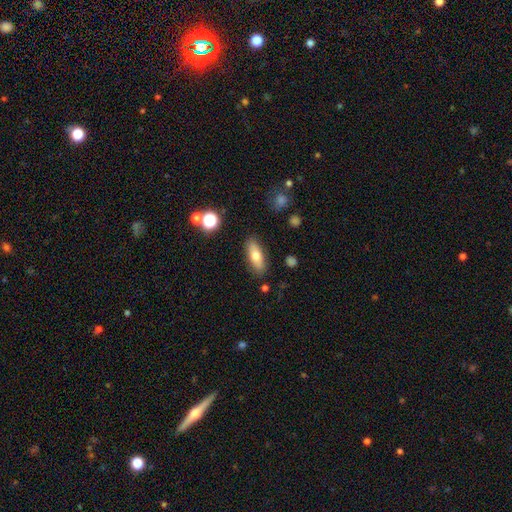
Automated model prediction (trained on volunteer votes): Overall: smooth (70%). How rounded: in between (68%). Merging: none (86%).